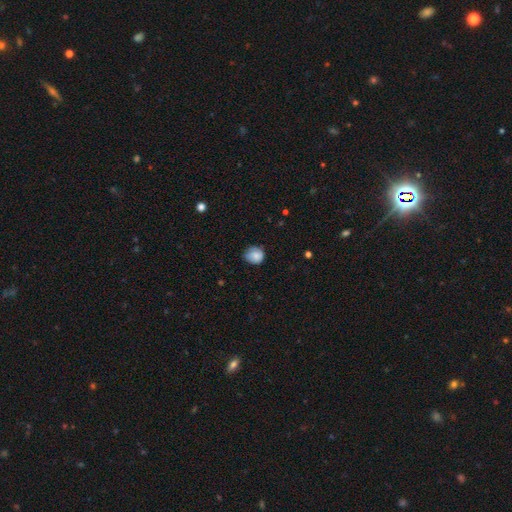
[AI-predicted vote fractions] This appears to be a smooth galaxy with no disk features (82%) that is round (81%). Merging: none (66%).